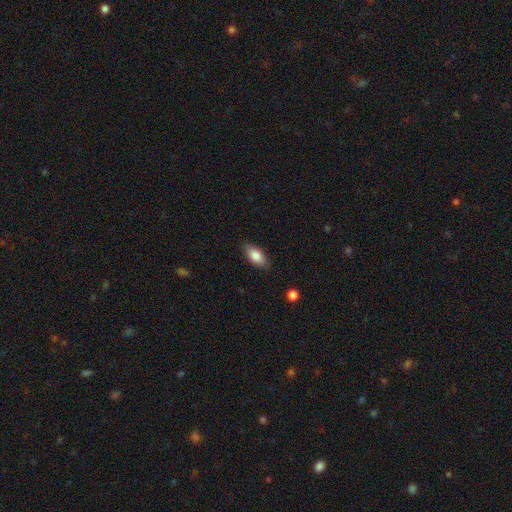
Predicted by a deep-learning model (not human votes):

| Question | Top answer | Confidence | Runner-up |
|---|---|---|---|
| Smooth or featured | smooth | 84% | featured or disk (9%) |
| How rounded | in between | 90% | cigar-shaped (7%) |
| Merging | none | 86% | minor disturbance (11%) |